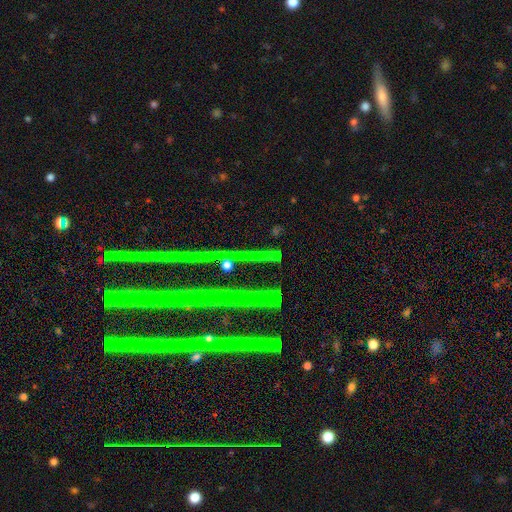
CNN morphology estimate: smooth_or_featured: star or artifact (p=0.77) [alt: featured or disk p=0.16]